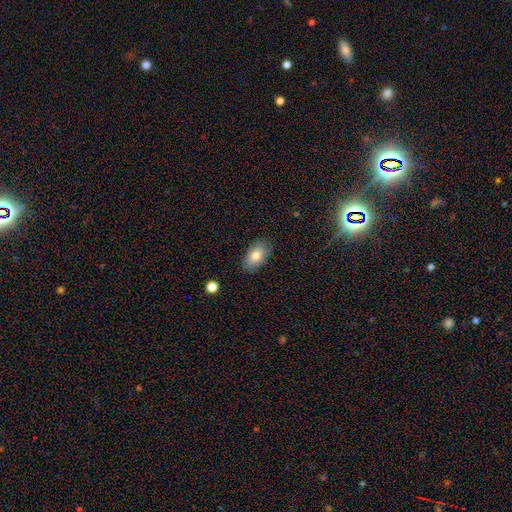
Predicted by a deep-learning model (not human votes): Smooth or featured: smooth — 80% (featured or disk — 13%)
How rounded: in between — 92% (round — 5%)
Merging: none — 85% (minor disturbance — 11%)